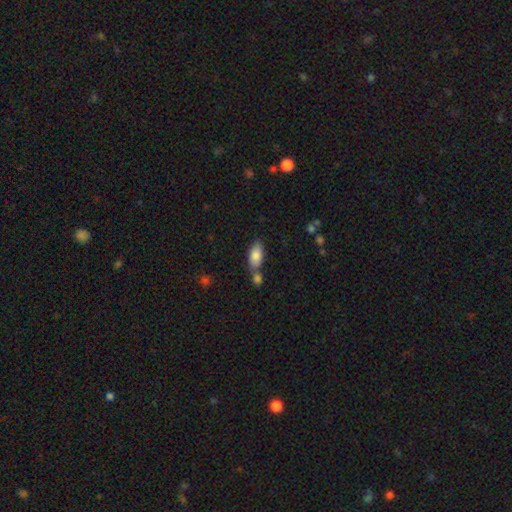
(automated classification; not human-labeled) smooth_or_featured: smooth (p=0.83) [alt: featured or disk p=0.10]
how_rounded: in between (p=0.88) [alt: cigar-shaped p=0.09]
merging: none (p=0.50) [alt: merger p=0.34]